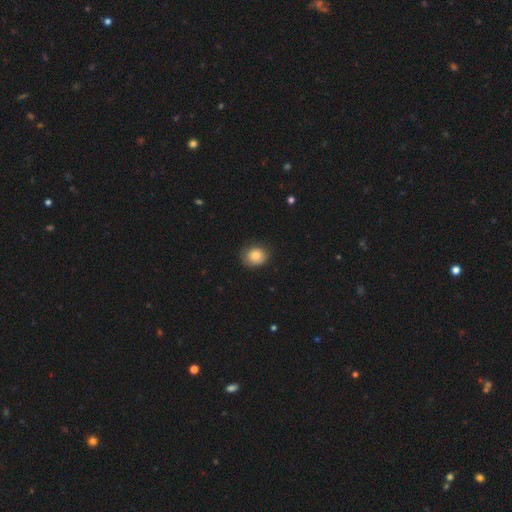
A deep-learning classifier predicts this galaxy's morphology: This appears to be a smooth galaxy with no disk features (81%) that is round (68%). Merging: none (78%).